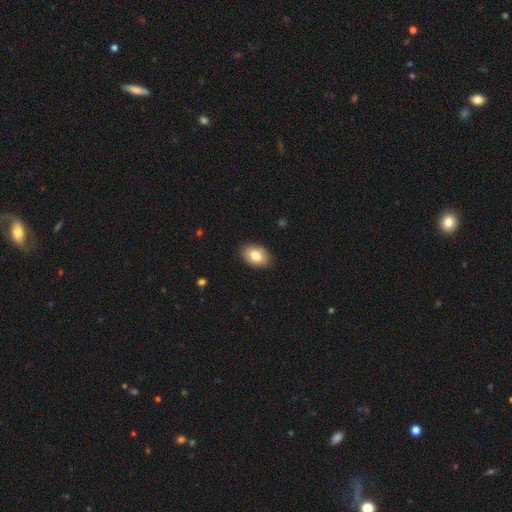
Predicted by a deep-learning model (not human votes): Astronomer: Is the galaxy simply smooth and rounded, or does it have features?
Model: smooth — 79%.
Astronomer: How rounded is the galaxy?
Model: in between — 87%.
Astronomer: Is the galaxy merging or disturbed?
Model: none — 88%.